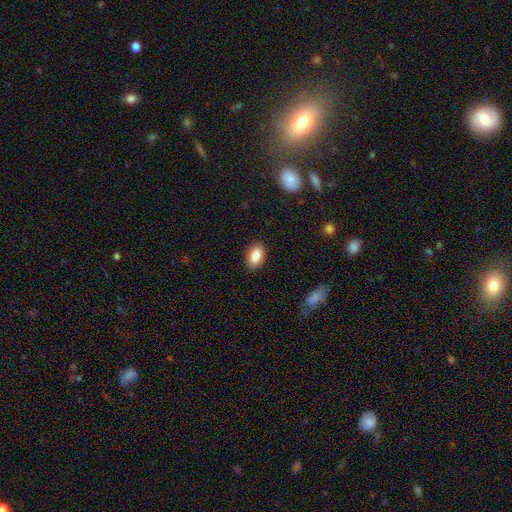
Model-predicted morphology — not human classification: smooth-or-featured: smooth: 86% | star or artifact: 7% | featured or disk: 7%
  how-rounded: in between: 90% | round: 8% | cigar-shaped: 1%
  merging: none: 89% | minor disturbance: 8% | major disturbance: 2% | merger: 1%